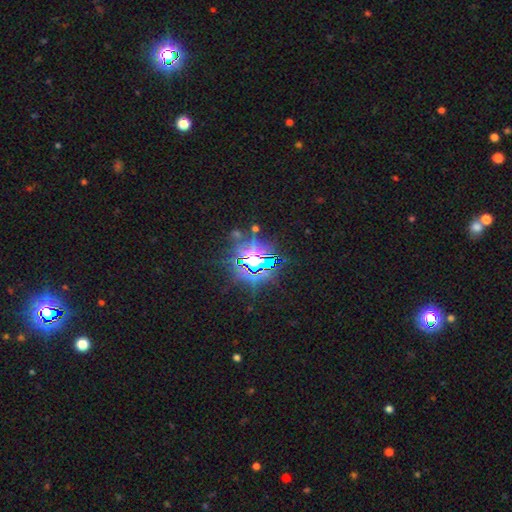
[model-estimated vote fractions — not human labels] star or artifact 84%, smooth 8%, featured or disk 7%.